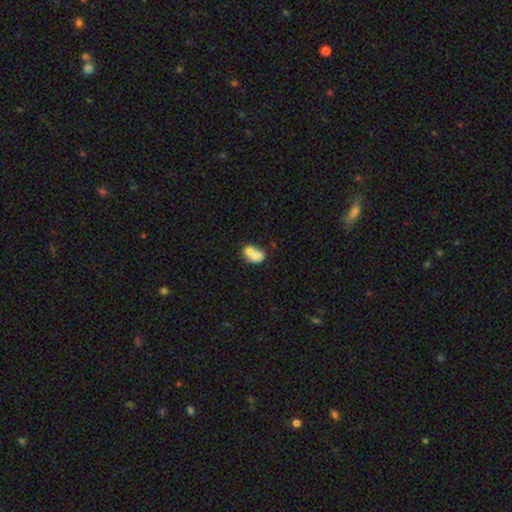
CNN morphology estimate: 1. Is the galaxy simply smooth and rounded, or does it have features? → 71% smooth, 21% featured or disk, 8% star or artifact.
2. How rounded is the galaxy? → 60% in between, 39% round, 1% cigar-shaped.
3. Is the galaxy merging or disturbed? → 70% merger, 19% none, 7% minor disturbance, 4% major disturbance.